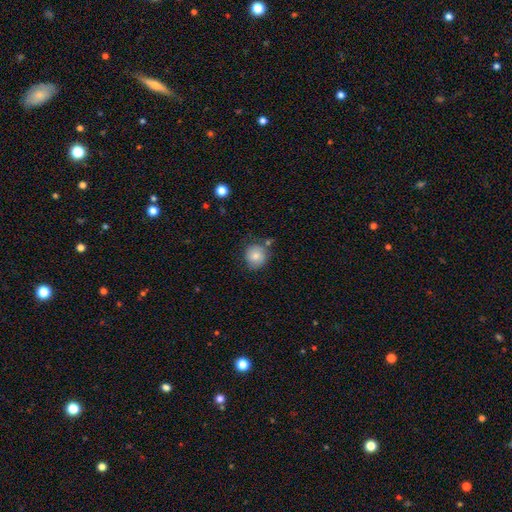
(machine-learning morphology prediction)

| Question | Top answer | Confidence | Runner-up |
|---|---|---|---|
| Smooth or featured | smooth | 81% | featured or disk (11%) |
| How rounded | round | 88% | in between (11%) |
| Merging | none | 72% | minor disturbance (17%) |